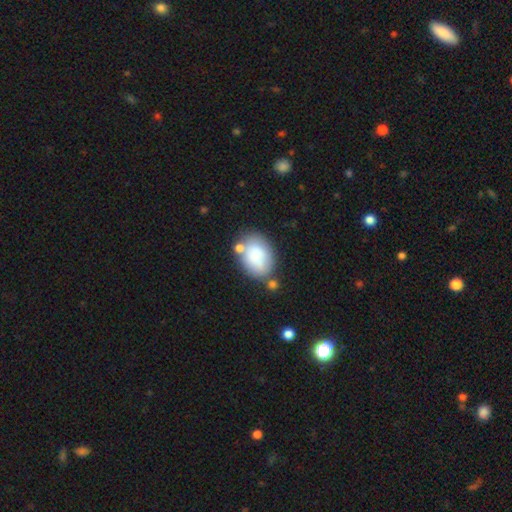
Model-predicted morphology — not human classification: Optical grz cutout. It shows a smooth galaxy with no disk features (76%) that is in between round and cigar-shaped (74%). Merging: none (52%).